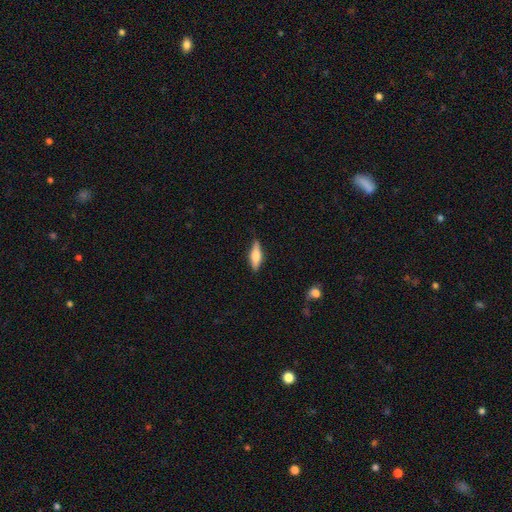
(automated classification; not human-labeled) The model was most divided on "how rounded": cigar-shaped: 51%, in between: 46%, round: 3%. More confident: merging — none (85%); smooth or featured — smooth (51%).